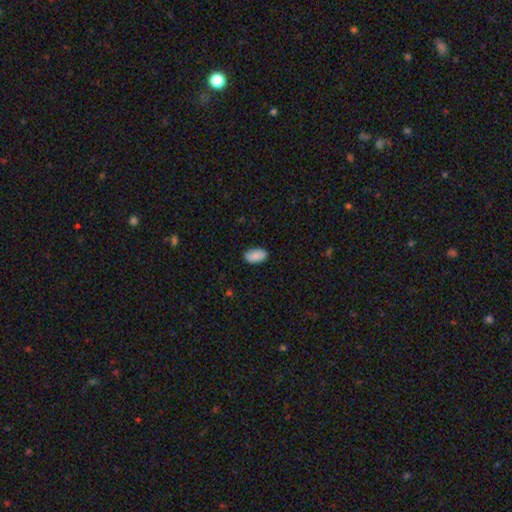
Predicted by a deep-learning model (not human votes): Smooth or featured? Predicted: smooth (p=0.86). How rounded? Predicted: in between (p=0.94). Merging? Predicted: none (p=0.84).